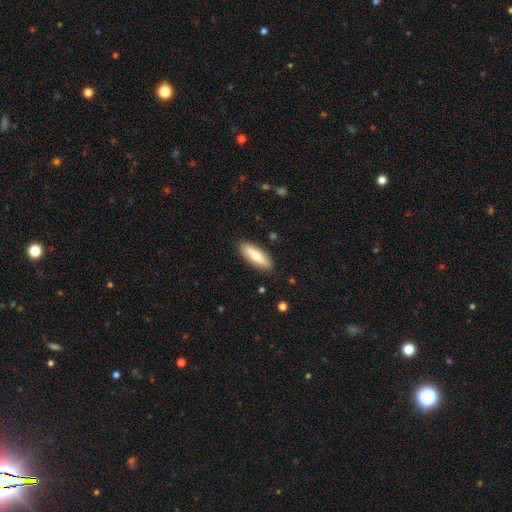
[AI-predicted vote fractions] Smooth or featured? Predicted: smooth (p=0.72). How rounded? Predicted: in between (p=0.57). Merging? Predicted: none (p=0.87).